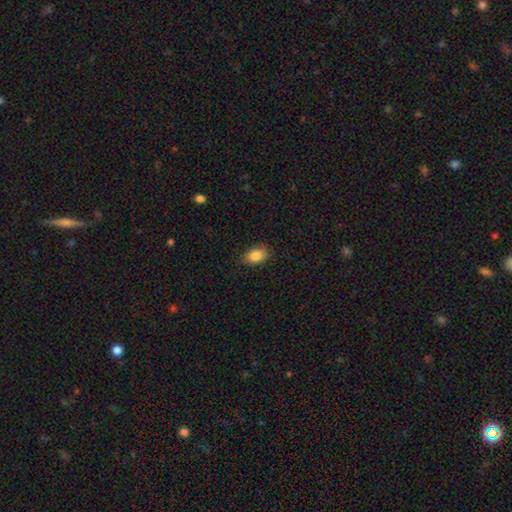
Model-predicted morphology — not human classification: smooth-or-featured: smooth: 84% | star or artifact: 8% | featured or disk: 8%
  how-rounded: in between: 85% | round: 13% | cigar-shaped: 2%
  merging: none: 82% | minor disturbance: 14% | major disturbance: 3% | merger: 1%